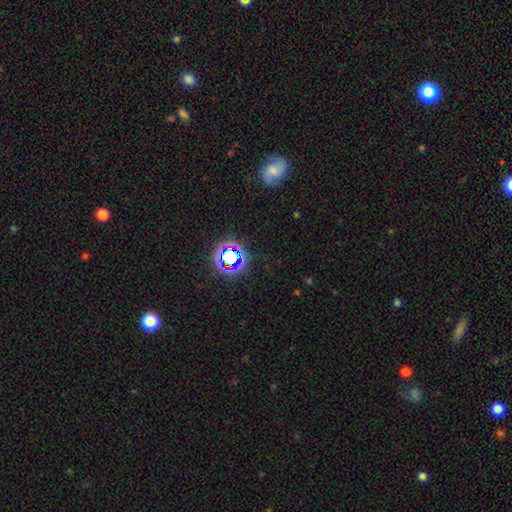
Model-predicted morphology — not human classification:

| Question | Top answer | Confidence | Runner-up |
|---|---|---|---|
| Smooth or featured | star or artifact | 72% | smooth (18%) |